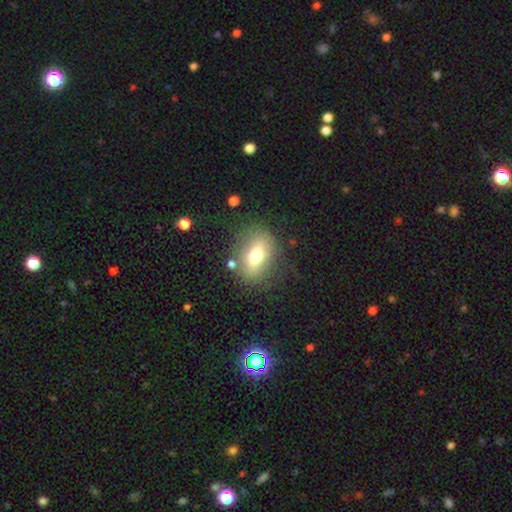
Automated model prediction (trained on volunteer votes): Overall: smooth (64%; featured or disk 25%). How rounded: in between (66%; round 30%). Merging: none (75%).